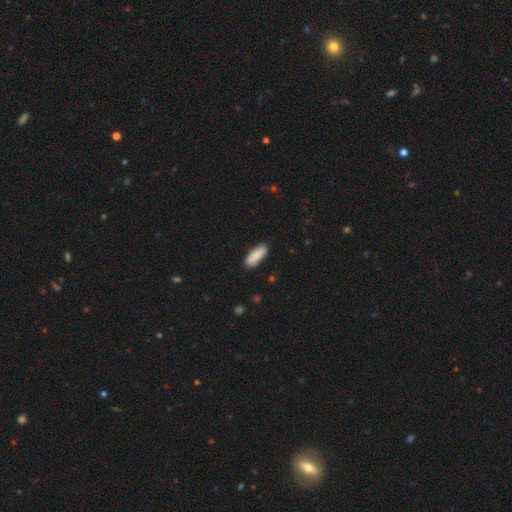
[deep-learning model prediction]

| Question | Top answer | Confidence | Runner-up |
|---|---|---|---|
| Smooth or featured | smooth | 88% | featured or disk (7%) |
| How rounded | in between | 71% | cigar-shaped (27%) |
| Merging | none | 87% | minor disturbance (10%) |